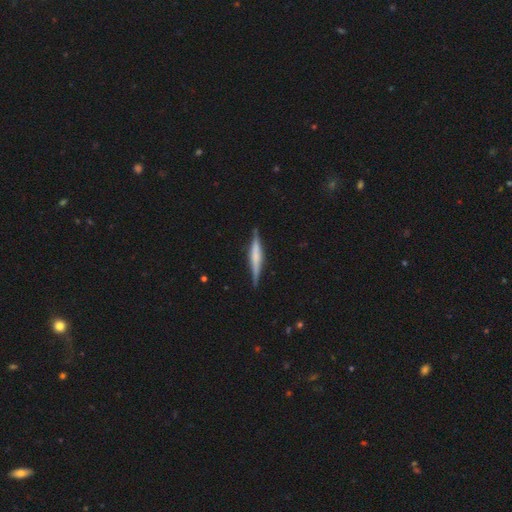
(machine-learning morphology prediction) This appears to be a featured or disk galaxy (63%) viewed edge-on (97%) with a rounded central bulge (39%). Merging: none (87%).